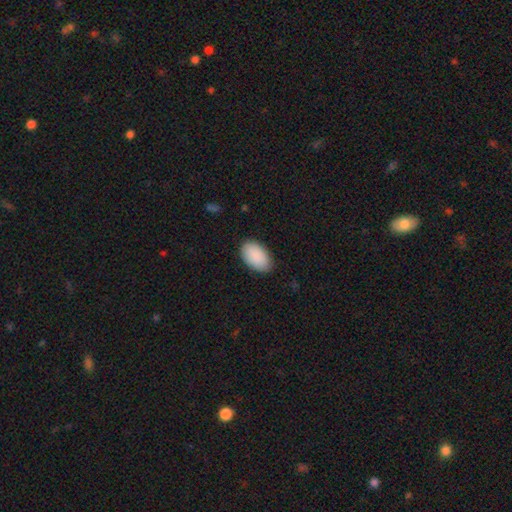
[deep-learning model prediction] A smooth galaxy with no disk features (91%) that is in between round and cigar-shaped (95%).

Vote fractions:
- Smooth or featured? smooth: 91% / star or artifact: 6% / featured or disk: 3%
- How rounded? in between: 95% / round: 4% / cigar-shaped: 1%
- Merging? none: 84% / minor disturbance: 13% / major disturbance: 2% / merger: 1%